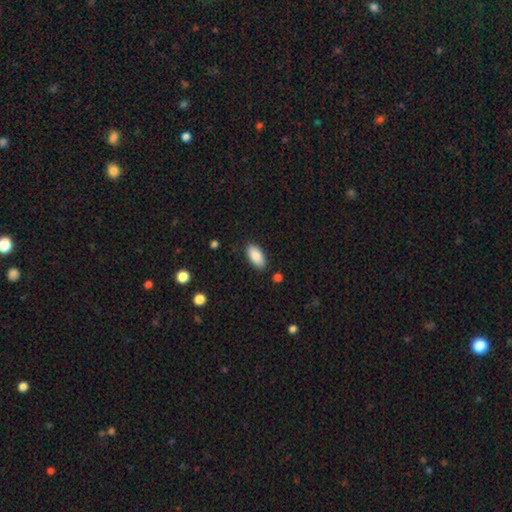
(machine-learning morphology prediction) Smooth or featured?
  - smooth: 88% *
  - star or artifact: 6%
  - featured or disk: 6%
How rounded?
  - in between: 92% *
  - cigar-shaped: 6%
  - round: 2%
Merging?
  - none: 86% *
  - minor disturbance: 10%
  - major disturbance: 2%
  - merger: 2%